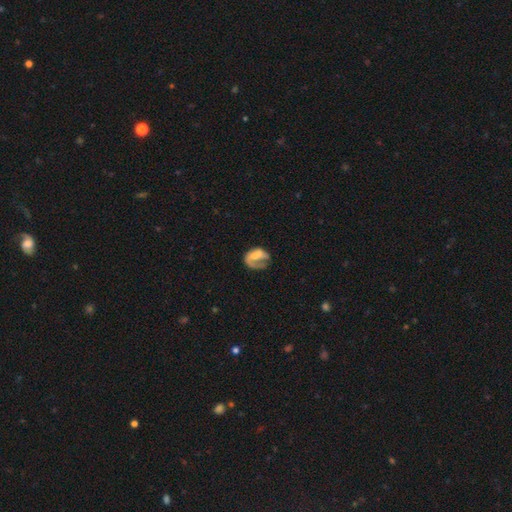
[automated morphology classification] Q: Smooth or featured?
A: featured or disk (56%); runner-up: smooth (36%)
Q: Edge-on disk?
A: no (98%); runner-up: yes (2%)
Q: Bar?
A: no (68%); runner-up: weak (25%)
Q: Spiral arms?
A: yes (57%); runner-up: no (43%)
Q: Bulge size?
A: small (43%); runner-up: moderate (30%)
Q: Merging?
A: major disturbance (40%); runner-up: none (30%)